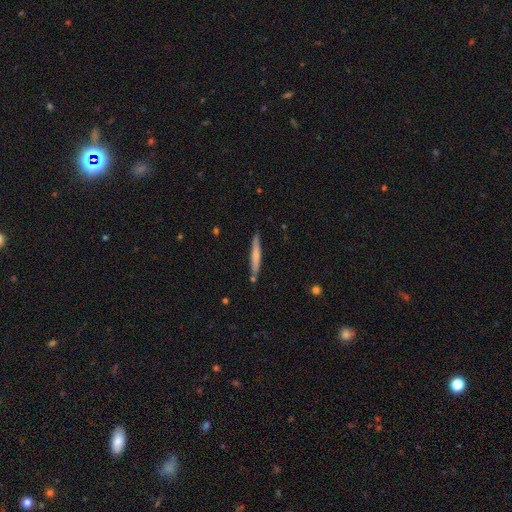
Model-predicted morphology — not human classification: A smooth galaxy with no disk features (58%) that is cigar-shaped (95%).

Vote fractions:
- Smooth or featured? smooth: 58% / featured or disk: 37% / star or artifact: 5%
- How rounded? cigar-shaped: 95% / in between: 4% / round: 1%
- Merging? none: 83% / minor disturbance: 10% / merger: 5% / major disturbance: 2%